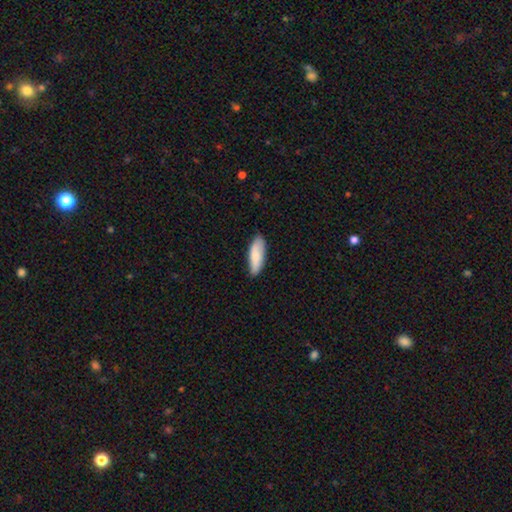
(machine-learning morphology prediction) The model was most divided on "how rounded": in between: 61%, cigar-shaped: 37%, round: 2%. More confident: merging — none (81%); smooth or featured — smooth (77%).